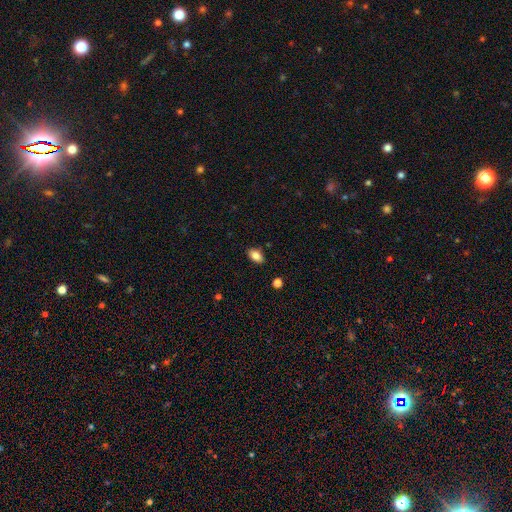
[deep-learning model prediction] Q: Smooth or featured?
A: smooth (84%); runner-up: star or artifact (9%)
Q: How rounded?
A: in between (90%); runner-up: round (9%)
Q: Merging?
A: none (87%); runner-up: minor disturbance (10%)